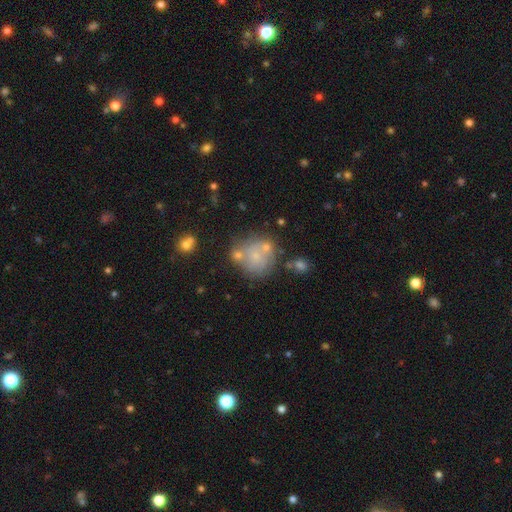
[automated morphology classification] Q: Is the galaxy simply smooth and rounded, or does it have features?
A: smooth — 45%.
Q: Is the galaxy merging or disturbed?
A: none — 51%.